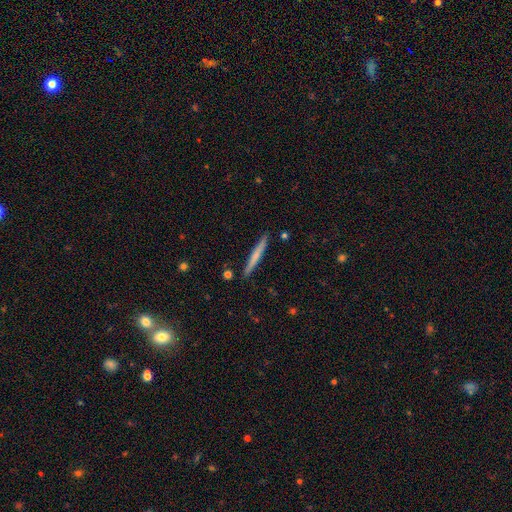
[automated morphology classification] A smooth galaxy with no disk features (57%) that is cigar-shaped (96%). Merging: none (91%).